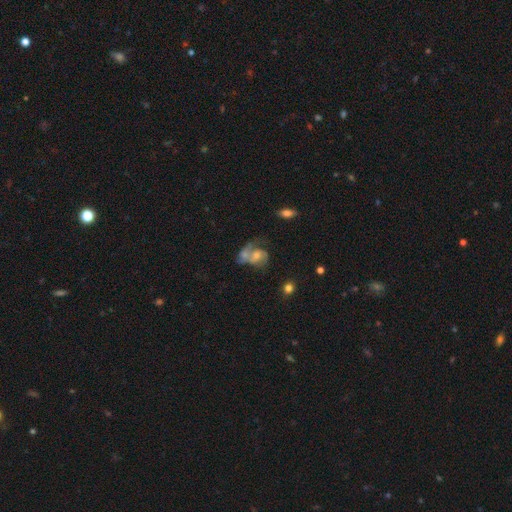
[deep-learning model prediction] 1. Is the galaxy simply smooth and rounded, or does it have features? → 67% featured or disk, 24% smooth, 8% star or artifact.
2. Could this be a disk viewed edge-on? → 97% no, 3% yes.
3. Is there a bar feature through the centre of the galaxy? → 67% no, 28% weak, 5% strong.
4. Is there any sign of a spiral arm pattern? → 85% yes, 15% no.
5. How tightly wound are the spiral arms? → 45% medium, 33% loose, 22% tight.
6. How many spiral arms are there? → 53% 2, 29% 1, 12% can't tell, 3% 3, 1% 4, 1% more than 4.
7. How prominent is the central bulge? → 45% moderate, 39% small, 8% none, 7% large, 2% dominant.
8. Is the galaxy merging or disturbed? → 46% merger, 24% none, 17% major disturbance, 13% minor disturbance.